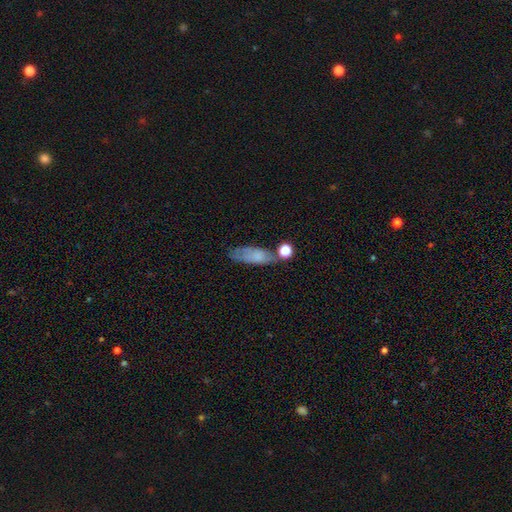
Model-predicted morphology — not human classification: smooth_or_featured: smooth (p=0.64) [alt: featured or disk p=0.26]
how_rounded: in between (p=0.64) [alt: cigar-shaped p=0.31]
merging: none (p=0.49) [alt: minor disturbance p=0.25]